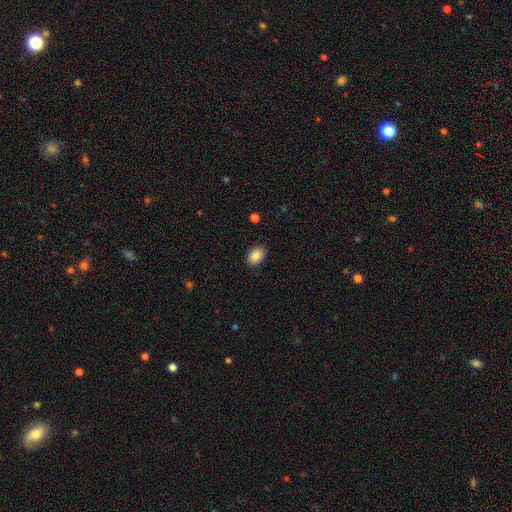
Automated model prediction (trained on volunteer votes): The model was most divided on "how rounded": in between: 80%, round: 19%, cigar-shaped: 1%. More confident: merging — none (88%); smooth or featured — smooth (87%).